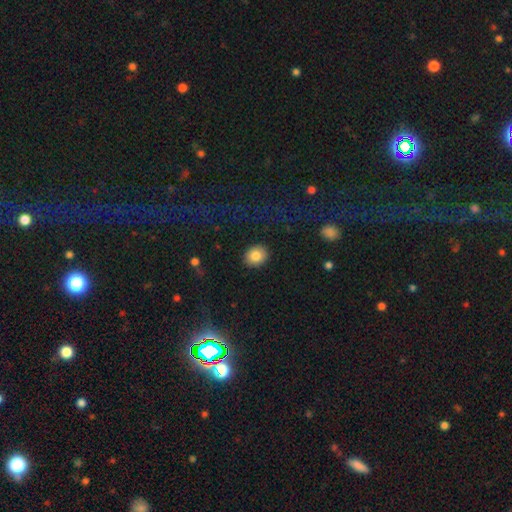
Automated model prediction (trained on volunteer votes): A smooth galaxy with no disk features (84%) that is round (61%). Merging: none (90%).